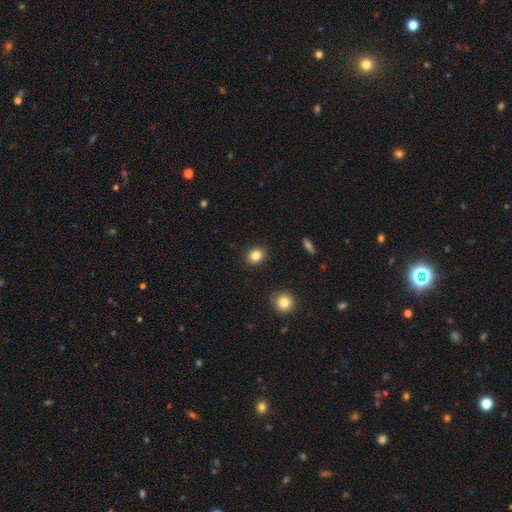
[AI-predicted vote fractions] A smooth galaxy with no disk features (84%) that is round (56%). Merging: none (90%).